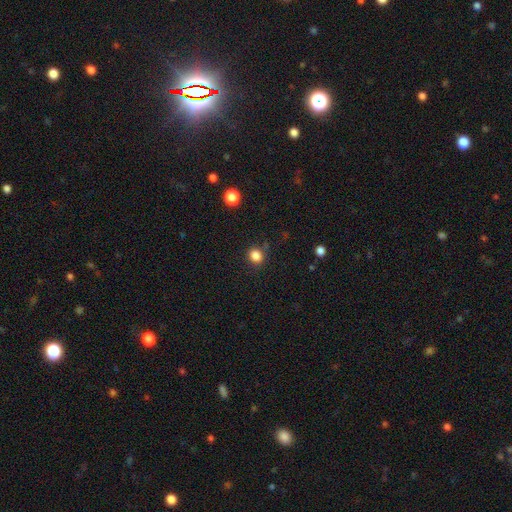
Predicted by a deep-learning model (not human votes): Smooth or featured: smooth — 85% (star or artifact — 12%)
How rounded: round — 78% (in between — 21%)
Merging: none — 84% (minor disturbance — 10%)